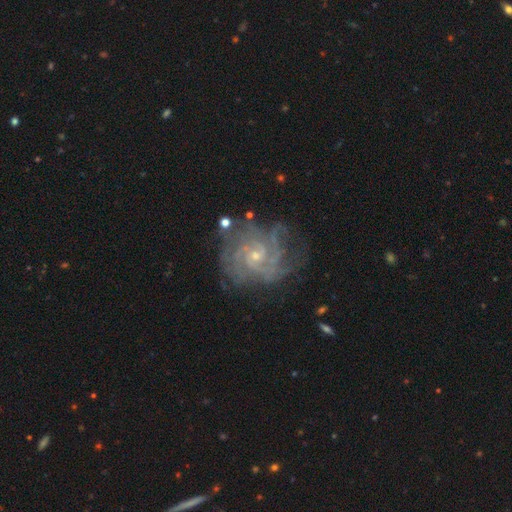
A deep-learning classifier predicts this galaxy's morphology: A featured or disk galaxy (86%) with no bar (68%), tight (67%) spiral arms (95%) and a small central bulge (74%).

Vote fractions:
- Smooth or featured? featured or disk: 86% / star or artifact: 8% / smooth: 6%
- Edge-on disk? no: 98% / yes: 2%
- Bar? no: 68% / weak: 27% / strong: 5%
- Spiral arms? yes: 95% / no: 5%
- Spiral winding? tight: 67% / medium: 27% / loose: 6%
- Spiral arm count? can't tell: 33% / 4: 19% / 3: 17% / 2: 15% / more than 4: 9% / 1: 7%
- Bulge size? small: 74% / moderate: 22% / none: 2% / large: 1% / dominant: 1%
- Merging? none: 67% / minor disturbance: 19% / major disturbance: 11% / merger: 3%